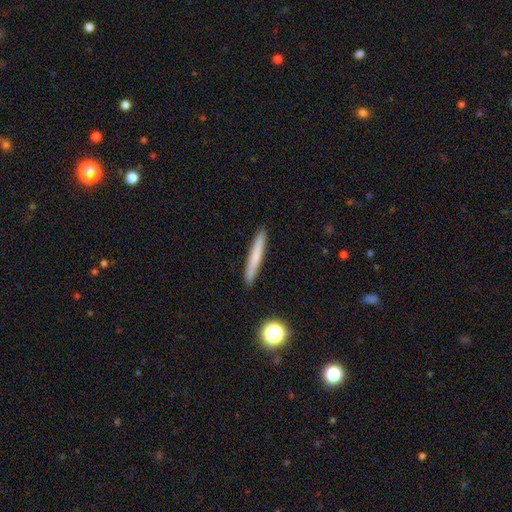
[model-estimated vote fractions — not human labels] Smooth or featured?
  - smooth: 68% *
  - featured or disk: 25%
  - star or artifact: 8%
How rounded?
  - cigar-shaped: 96% *
  - in between: 3%
  - round: 1%
Merging?
  - none: 92% *
  - minor disturbance: 6%
  - major disturbance: 1%
  - merger: 1%